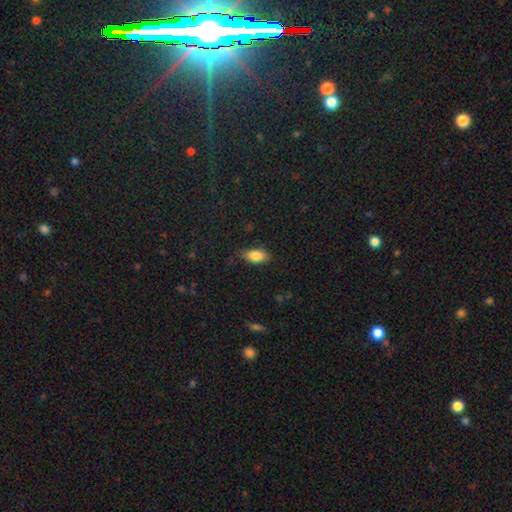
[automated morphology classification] Smooth or featured? smooth (84%)
How rounded? in between (89%)
Merging? none (80%)